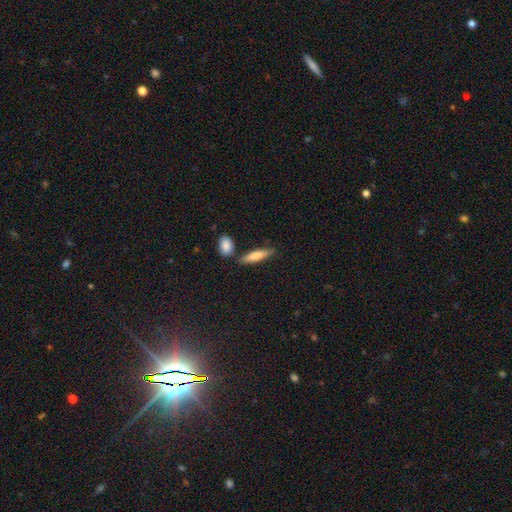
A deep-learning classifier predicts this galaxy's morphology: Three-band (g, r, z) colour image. It shows a smooth galaxy with no disk features (73%) that is cigar-shaped (74%). Merging: none (75%).